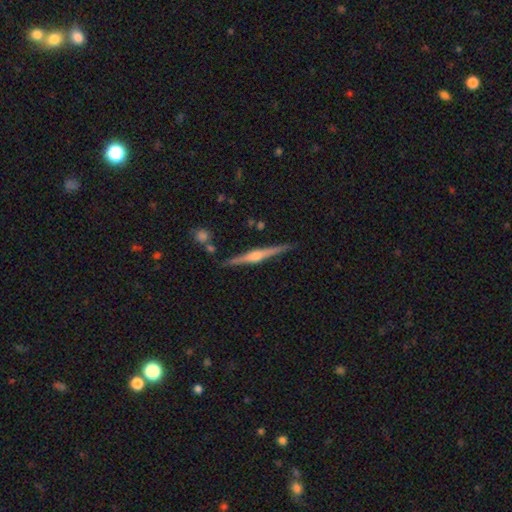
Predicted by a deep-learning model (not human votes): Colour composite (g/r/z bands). It shows a featured or disk galaxy (79%) viewed edge-on (98%) with a rounded central bulge (87%). Merging: none (88%).